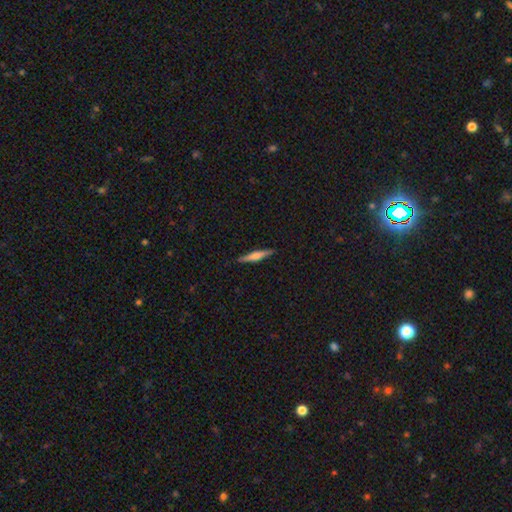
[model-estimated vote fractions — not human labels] featured or disk 48%, smooth 46%, star or artifact 6%. Down the decision tree: merging — none (89%).